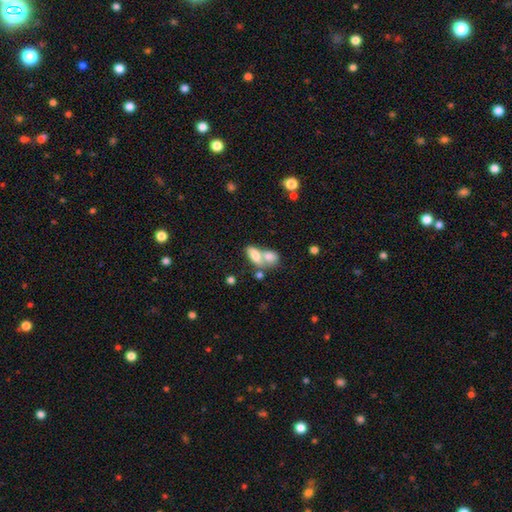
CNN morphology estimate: type=smooth (74%); roundness=in between (79%); merging=merger (64%).